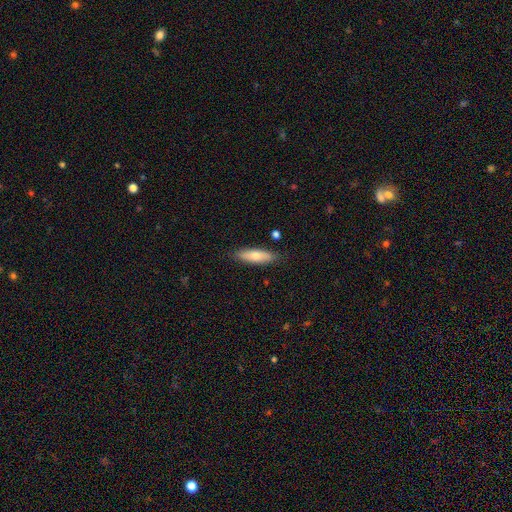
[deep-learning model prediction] Smooth or featured: smooth — 69% (featured or disk — 25%)
How rounded: cigar-shaped — 54% (in between — 44%)
Merging: none — 86% (minor disturbance — 10%)